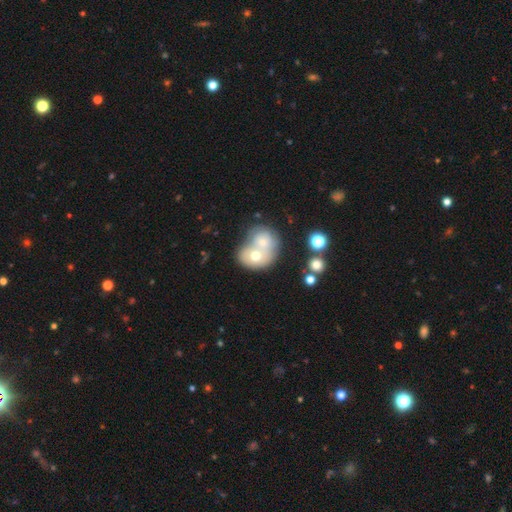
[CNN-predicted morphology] Q: Smooth or featured?
A: smooth (62%); runner-up: featured or disk (28%)
Q: How rounded?
A: round (58%); runner-up: in between (41%)
Q: Merging?
A: merger (74%); runner-up: none (16%)